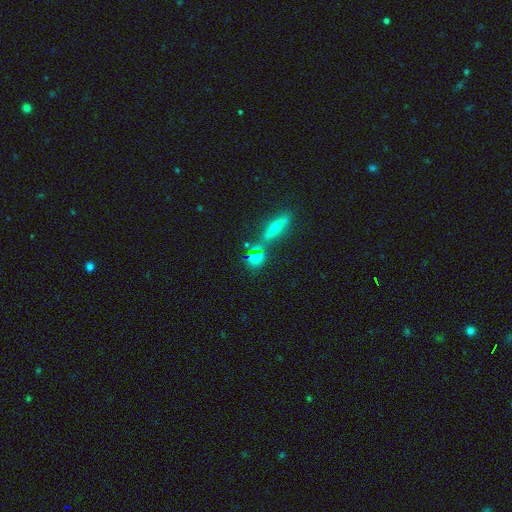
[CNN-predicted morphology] A smooth galaxy with no disk features (66%) that is round (53%). Merging: none (66%).